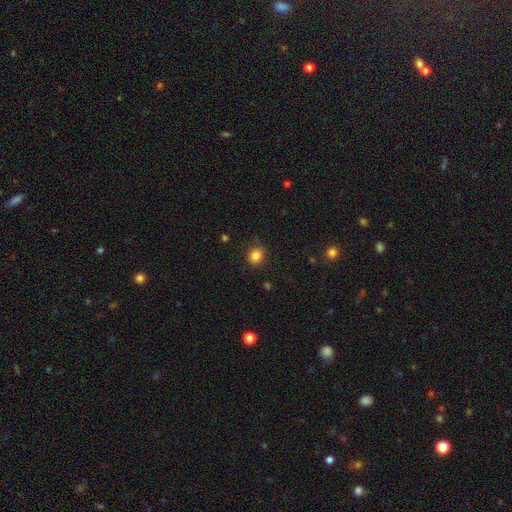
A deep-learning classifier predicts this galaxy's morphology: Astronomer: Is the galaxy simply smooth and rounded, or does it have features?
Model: smooth — 84%.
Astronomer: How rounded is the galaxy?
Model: round — 65%.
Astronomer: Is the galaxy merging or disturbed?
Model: none — 85%.